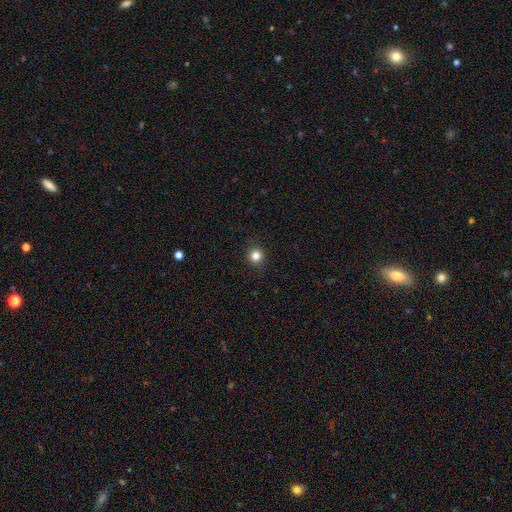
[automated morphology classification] Smooth or featured?
  - smooth: 83% *
  - star or artifact: 12%
  - featured or disk: 5%
How rounded?
  - round: 93% *
  - in between: 6%
  - cigar-shaped: 1%
Merging?
  - none: 91% *
  - minor disturbance: 6%
  - major disturbance: 2%
  - merger: 1%